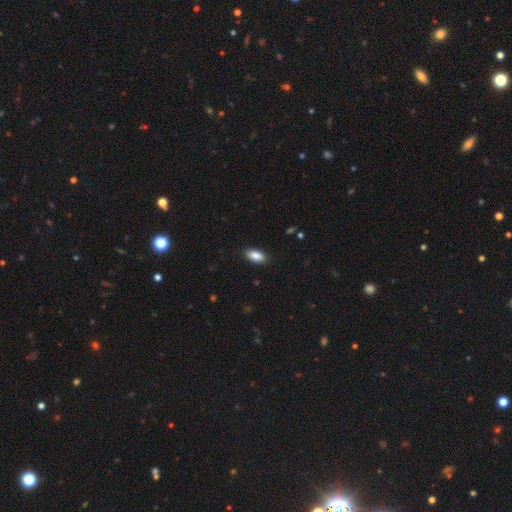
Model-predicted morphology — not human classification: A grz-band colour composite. It shows a smooth galaxy with no disk features (87%) that is in between round and cigar-shaped (91%). Merging: none (89%).